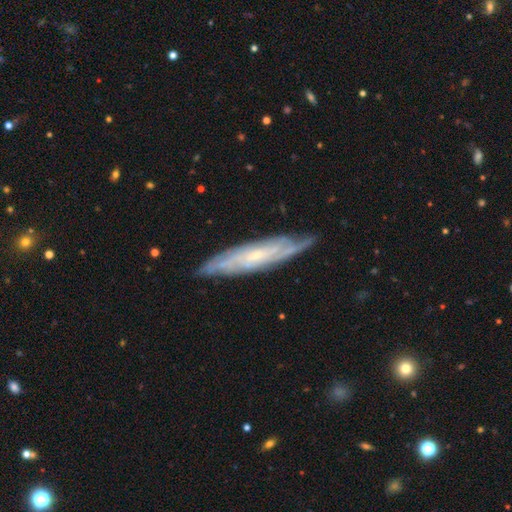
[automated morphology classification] smooth-or-featured: featured or disk: 80% | smooth: 15% | star or artifact: 6%
  disk-edge-on: no: 64% | yes: 36%
    bar: no: 63% | weak: 29% | strong: 8%
    has-spiral-arms: yes: 93% | no: 7%
    bulge-size: small: 76% | moderate: 18% | none: 4% | large: 1% | dominant: 1%
  merging: none: 79% | minor disturbance: 16% | major disturbance: 3% | merger: 1%